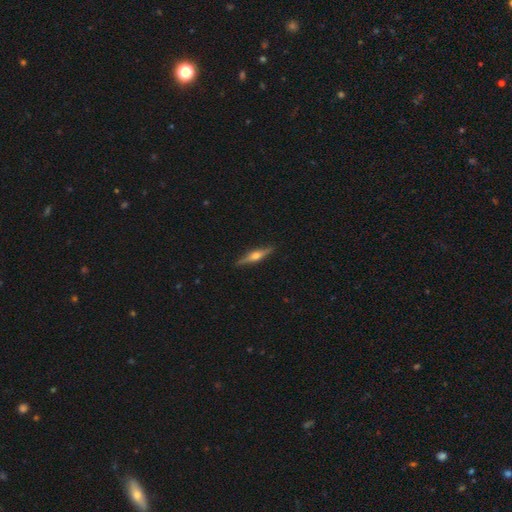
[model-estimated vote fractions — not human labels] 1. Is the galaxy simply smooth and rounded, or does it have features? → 71% featured or disk, 23% smooth, 6% star or artifact.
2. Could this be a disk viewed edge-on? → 97% yes, 3% no.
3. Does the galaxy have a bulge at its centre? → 92% rounded, 5% boxy, 3% none.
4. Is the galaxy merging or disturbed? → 90% none, 7% minor disturbance, 2% major disturbance, 1% merger.